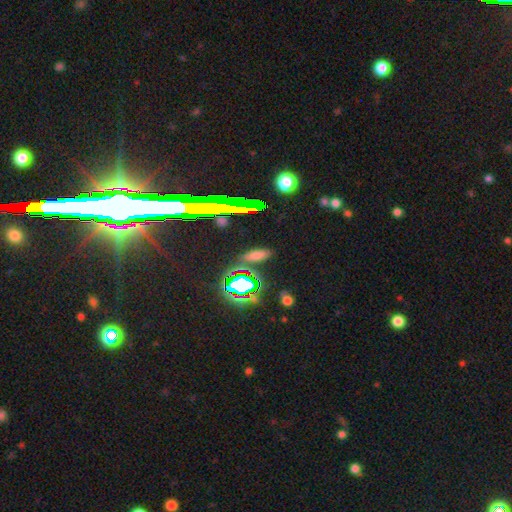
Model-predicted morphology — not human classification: A smooth galaxy with no disk features (53%) that is in between round and cigar-shaped (60%). Merging: none (81%).